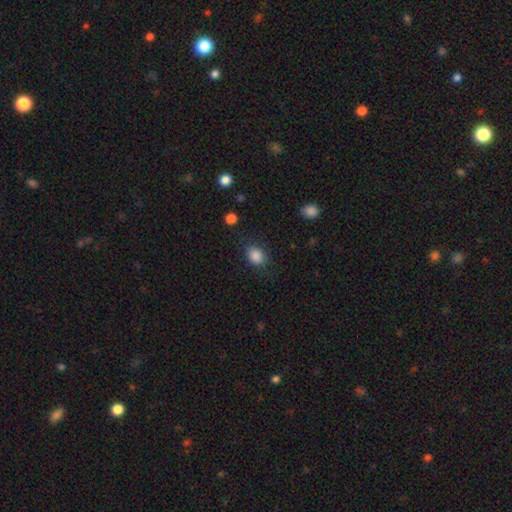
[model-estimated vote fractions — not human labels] Overall: smooth (87%). How rounded: in between (54%; round 45%). Merging: none (80%).